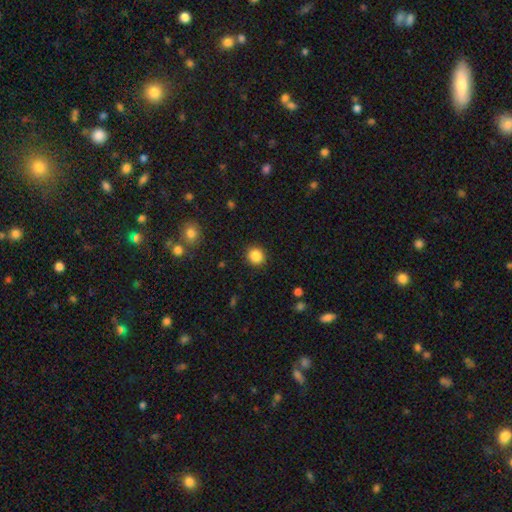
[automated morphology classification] Smooth or featured? smooth (86%)
How rounded? round (89%)
Merging? none (92%)